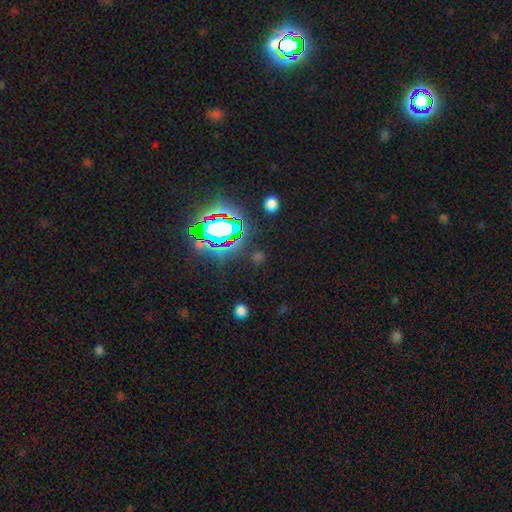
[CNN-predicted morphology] Overall: star or artifact (71%).